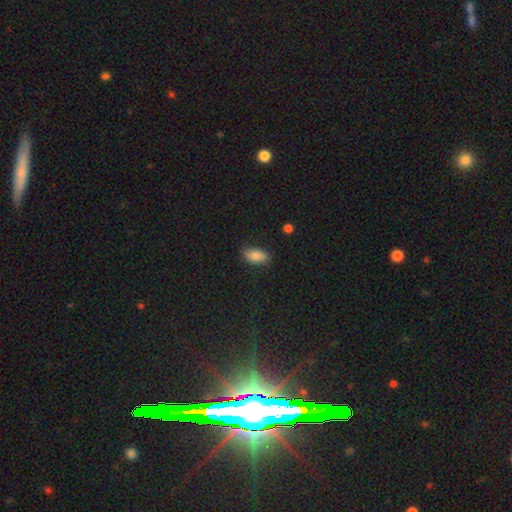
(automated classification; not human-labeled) smooth_or_featured: smooth (p=0.78) [alt: featured or disk p=0.12]
how_rounded: in between (p=0.91) [alt: round p=0.05]
merging: none (p=0.79) [alt: minor disturbance p=0.17]